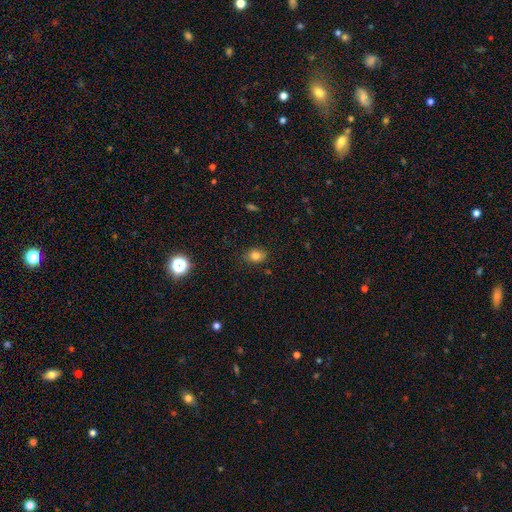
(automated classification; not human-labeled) This appears to be a smooth galaxy with no disk features (79%) that is in between round and cigar-shaped (57%). Merging: none (84%).